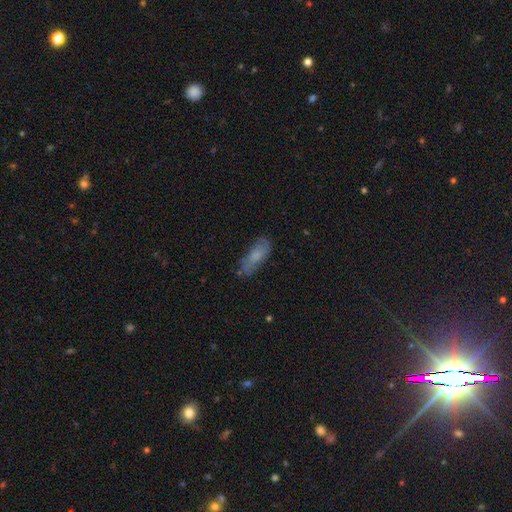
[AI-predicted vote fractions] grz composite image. It shows a smooth galaxy with no disk features (68%) that is in between round and cigar-shaped (61%). Merging: none (67%).